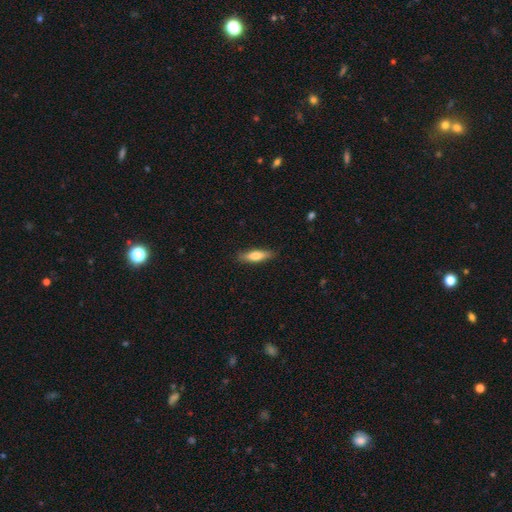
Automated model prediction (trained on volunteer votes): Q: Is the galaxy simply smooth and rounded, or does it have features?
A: smooth — 69%.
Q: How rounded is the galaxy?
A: cigar-shaped — 62%.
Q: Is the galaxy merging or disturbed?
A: none — 86%.